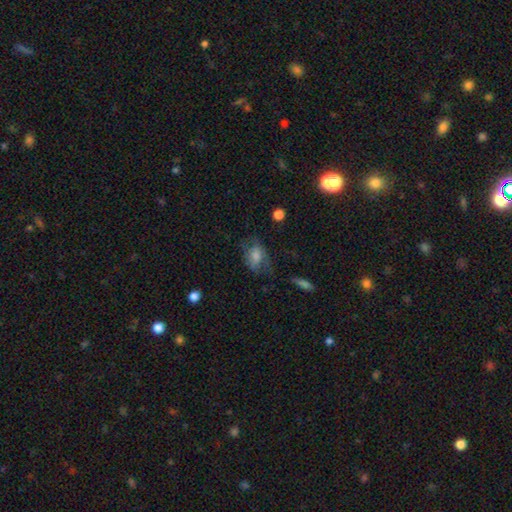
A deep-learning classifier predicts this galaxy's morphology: smooth-or-featured: smooth: 65% | featured or disk: 26% | star or artifact: 9%
  how-rounded: in between: 81% | round: 17% | cigar-shaped: 2%
  merging: none: 45% | minor disturbance: 28% | major disturbance: 25% | merger: 3%